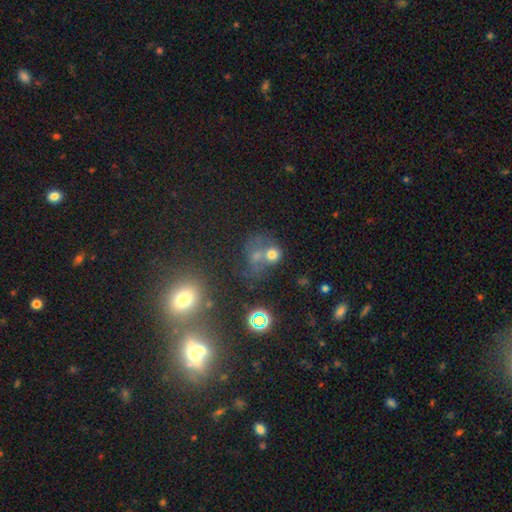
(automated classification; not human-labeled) A smooth galaxy with no disk features (51%) that is round (68%). Merging: merger (44%).